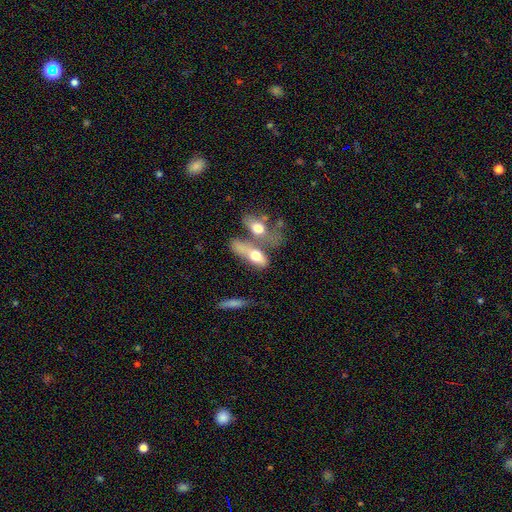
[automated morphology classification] Overall: smooth (61%; featured or disk 32%). How rounded: in between (69%). Merging: merger (57%; none 22%).